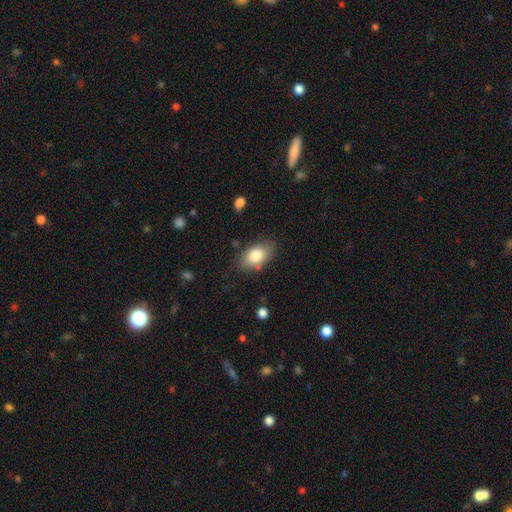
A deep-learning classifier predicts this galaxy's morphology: Overall: smooth (82%). How rounded: in between (91%). Merging: none (76%).